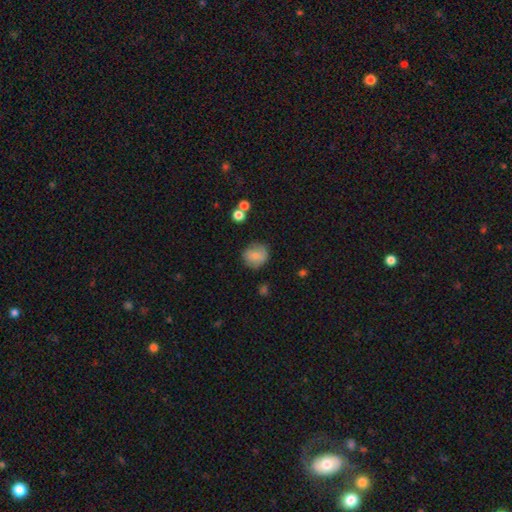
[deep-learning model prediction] A smooth galaxy with no disk features (76%) that is round (84%). Merging: none (75%).